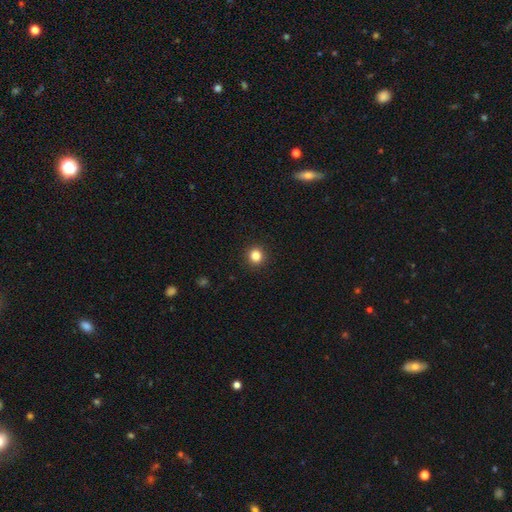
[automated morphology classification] Smooth or featured: smooth — 84% (star or artifact — 12%)
How rounded: round — 91% (in between — 8%)
Merging: none — 93% (minor disturbance — 5%)